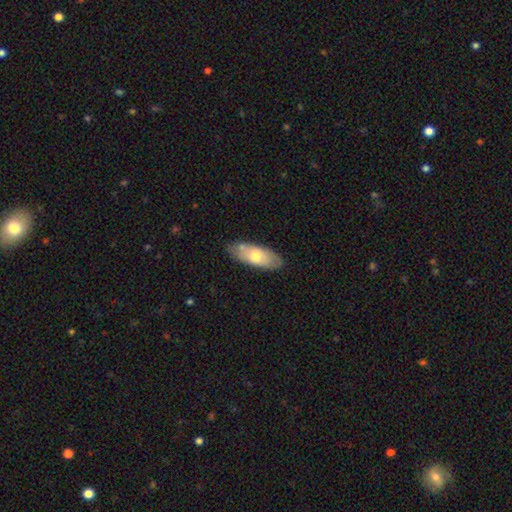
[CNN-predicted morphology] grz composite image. It shows a smooth galaxy with no disk features (63%) that is in between round and cigar-shaped (80%). Merging: none (79%).